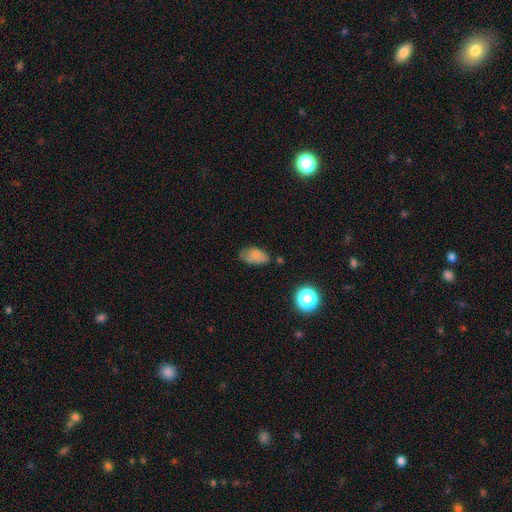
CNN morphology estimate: smooth-or-featured: smooth: 76% | featured or disk: 12% | star or artifact: 11%
  how-rounded: in between: 91% | round: 6% | cigar-shaped: 2%
  merging: none: 57% | minor disturbance: 31% | major disturbance: 8% | merger: 4%